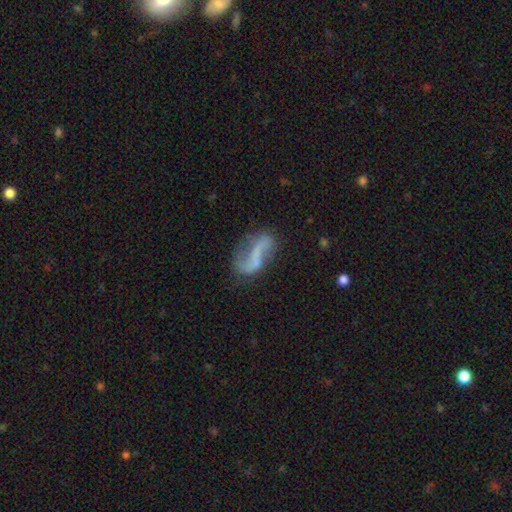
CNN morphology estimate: This appears to be a featured or disk galaxy (70%) with a strong bar (35%), 2 (84%) loose (80%) spiral arms (80%) and no central bulge (61%). Merging: none (55%).